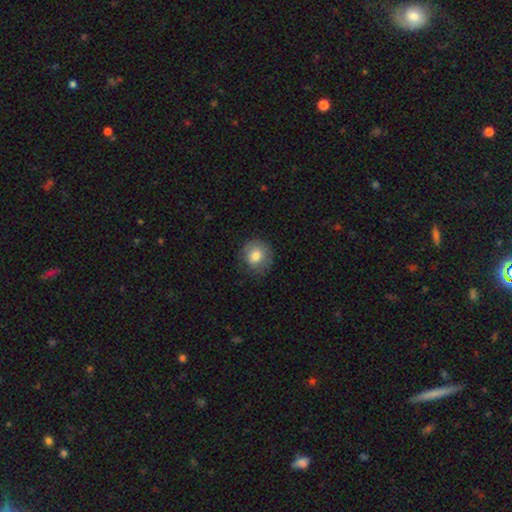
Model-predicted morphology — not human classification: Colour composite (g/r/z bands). It shows a smooth galaxy with no disk features (79%) that is round (81%). Merging: none (75%).